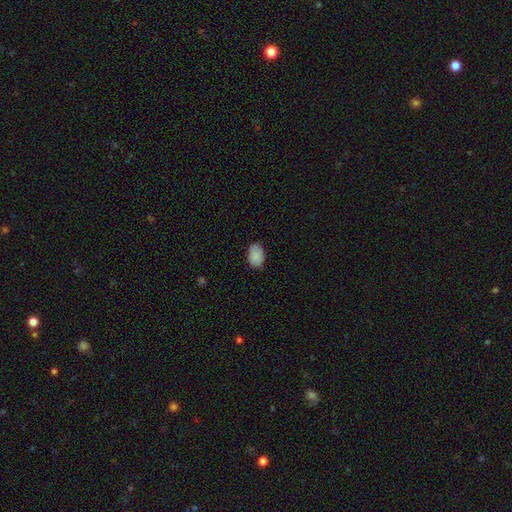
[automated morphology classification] smooth_or_featured: smooth (p=0.89) [alt: star or artifact p=0.07]
how_rounded: in between (p=0.87) [alt: round p=0.12]
merging: none (p=0.80) [alt: minor disturbance p=0.16]